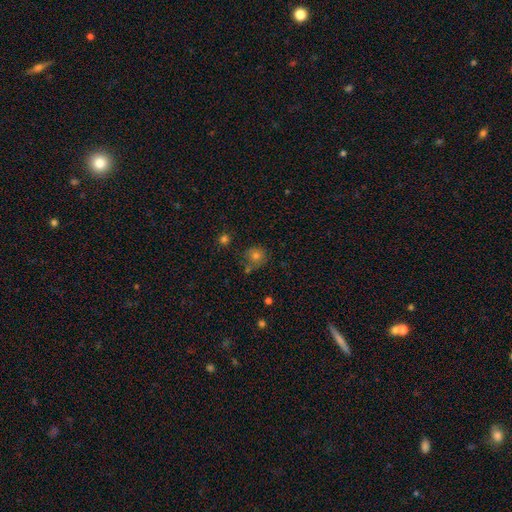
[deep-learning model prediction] Smooth or featured? Predicted: smooth (p=0.76). How rounded? Predicted: round (p=0.85). Merging? Predicted: none (p=0.66).